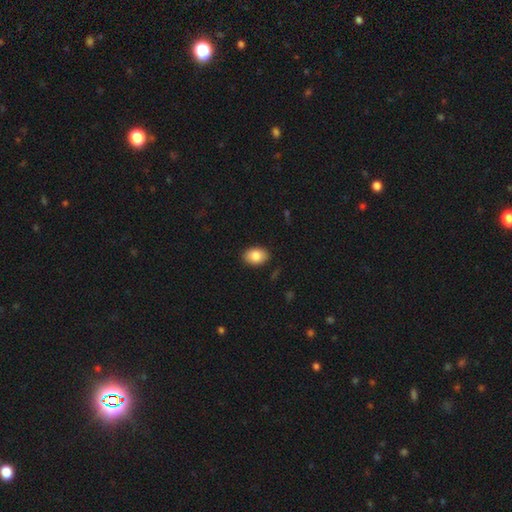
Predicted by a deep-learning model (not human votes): smooth_or_featured: smooth (p=0.85) [alt: featured or disk p=0.08]
how_rounded: in between (p=0.82) [alt: round p=0.17]
merging: none (p=0.87) [alt: minor disturbance p=0.09]